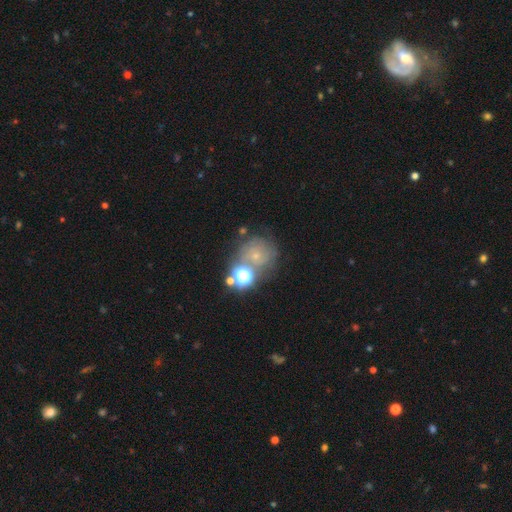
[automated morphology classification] Smooth or featured? Predicted: featured or disk (p=0.37, tied with smooth). Merging? Predicted: none (p=0.54).